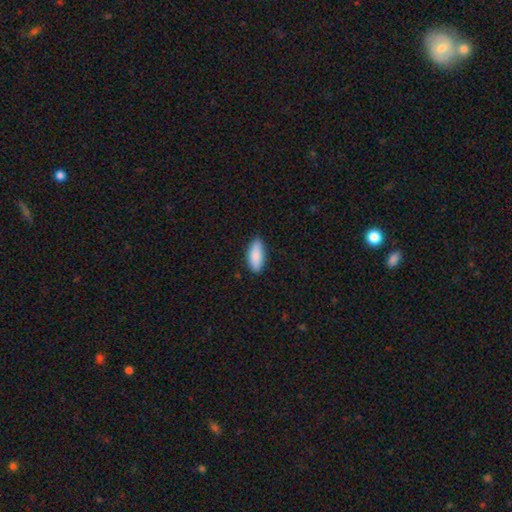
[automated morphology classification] Smooth or featured: smooth — 88% (featured or disk — 6%)
How rounded: in between — 80% (cigar-shaped — 18%)
Merging: none — 85% (minor disturbance — 12%)